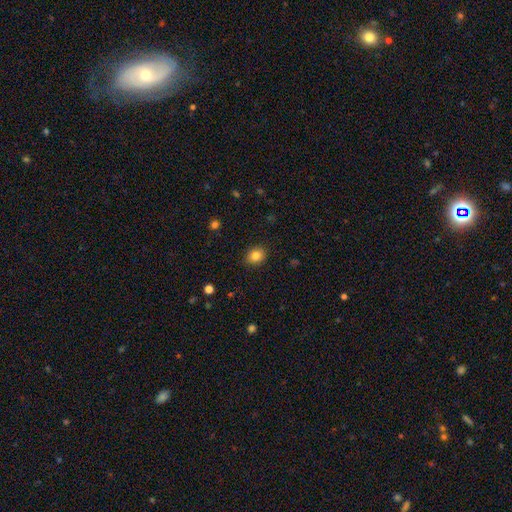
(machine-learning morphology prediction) The model was most divided on "how rounded": round: 60%, in between: 40%, cigar-shaped: 1%. More confident: merging — none (88%); smooth or featured — smooth (83%).